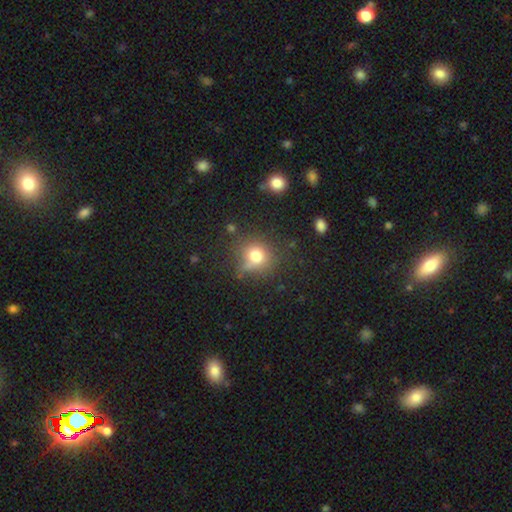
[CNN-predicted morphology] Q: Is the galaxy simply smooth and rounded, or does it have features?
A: smooth — 76%.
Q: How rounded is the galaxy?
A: round — 84%.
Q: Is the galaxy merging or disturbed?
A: none — 69%.